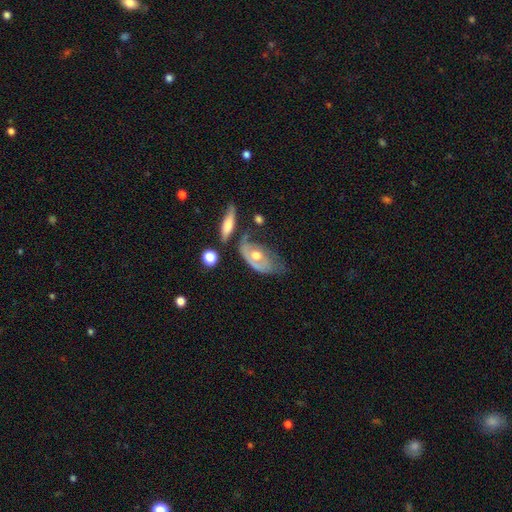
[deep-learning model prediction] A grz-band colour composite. It shows a featured or disk galaxy (61%). Merging: none (36%).